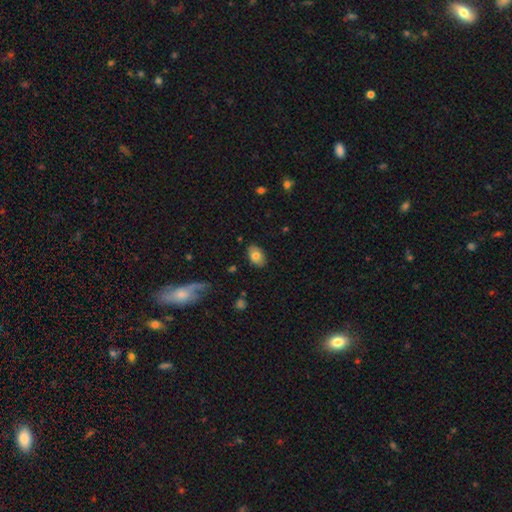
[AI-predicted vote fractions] A smooth galaxy with no disk features (74%) that is in between round and cigar-shaped (90%). Merging: none (84%).